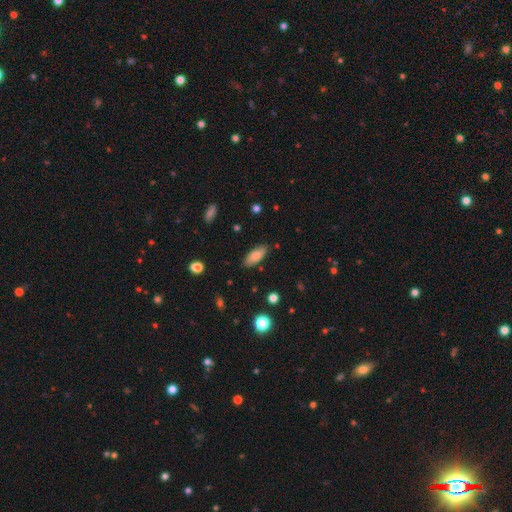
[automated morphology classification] This is likely a smooth galaxy (79%). How rounded: likely in between (78%). Merging: clearly none (85%).